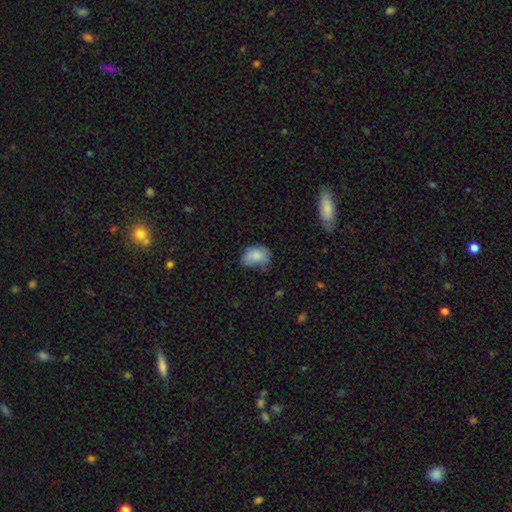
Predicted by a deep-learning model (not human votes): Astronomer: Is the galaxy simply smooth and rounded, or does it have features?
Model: smooth — 77%.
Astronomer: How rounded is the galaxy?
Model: in between — 73%.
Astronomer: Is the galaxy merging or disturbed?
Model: none — 42% (runner-up: minor disturbance, 38%).